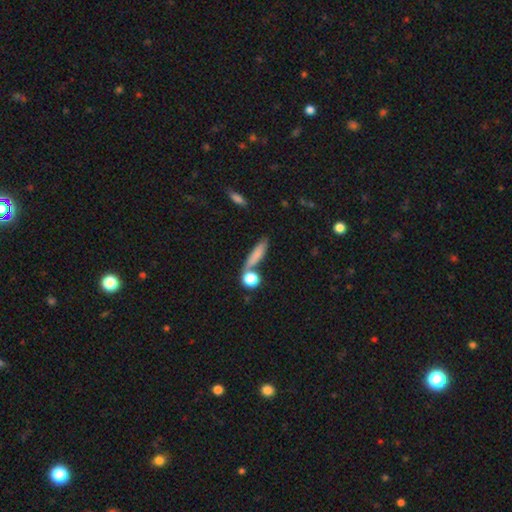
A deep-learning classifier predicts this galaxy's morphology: A smooth galaxy with no disk features (76%) that is cigar-shaped (60%).

Vote fractions:
- Smooth or featured? smooth: 76% / featured or disk: 15% / star or artifact: 9%
- How rounded? cigar-shaped: 60% / in between: 27% / round: 13%
- Merging? none: 62% / merger: 18% / minor disturbance: 14% / major disturbance: 6%